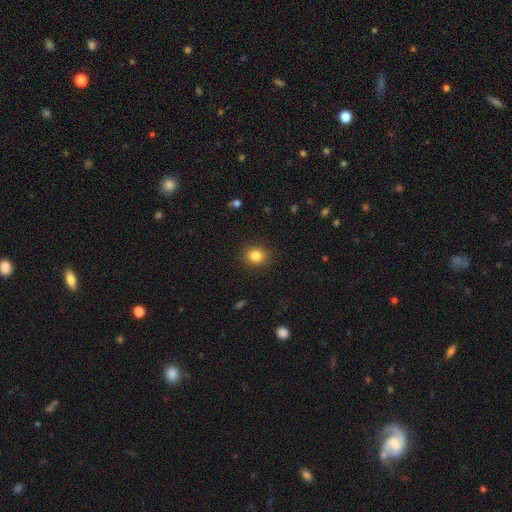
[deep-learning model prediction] Smooth or featured? Predicted: smooth (p=0.84). How rounded? Predicted: round (p=0.71). Merging? Predicted: none (p=0.90).